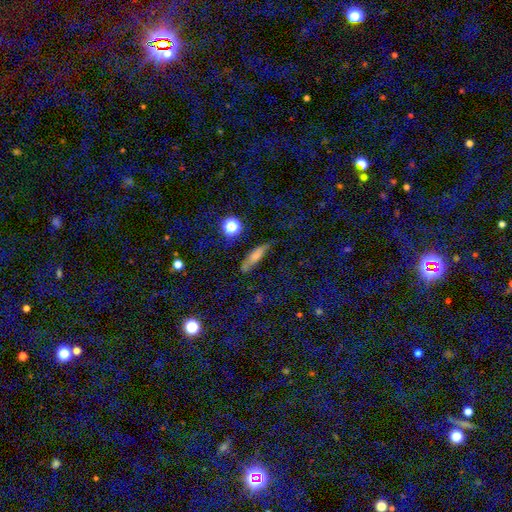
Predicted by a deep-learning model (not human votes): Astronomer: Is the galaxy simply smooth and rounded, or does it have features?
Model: smooth — 63%.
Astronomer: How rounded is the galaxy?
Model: cigar-shaped — 56% (runner-up: in between, 36%).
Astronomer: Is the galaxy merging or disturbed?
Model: none — 69%.